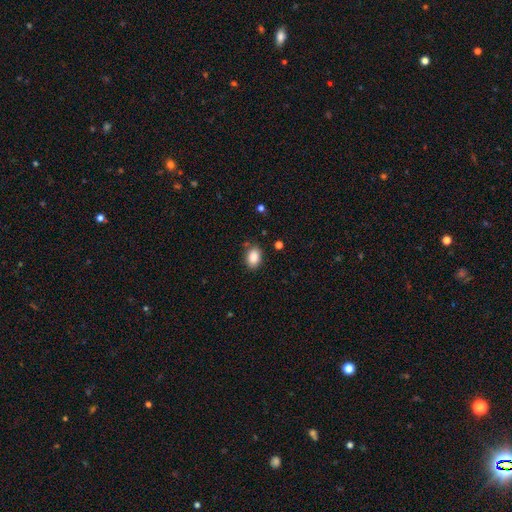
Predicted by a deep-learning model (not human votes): smooth-or-featured: smooth: 87% | star or artifact: 8% | featured or disk: 5%
  how-rounded: in between: 76% | round: 22% | cigar-shaped: 1%
  merging: none: 83% | minor disturbance: 12% | major disturbance: 3% | merger: 2%